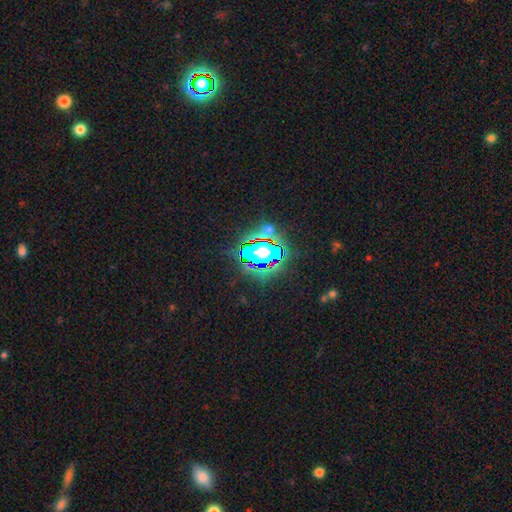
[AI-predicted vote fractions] Morphology: type=star or artifact (65%).